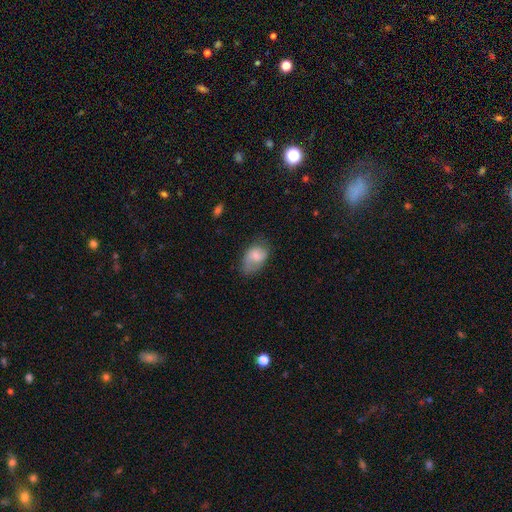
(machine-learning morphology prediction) Smooth or featured: smooth — 64% (featured or disk — 28%)
How rounded: in between — 84% (round — 14%)
Merging: none — 54% (minor disturbance — 31%)